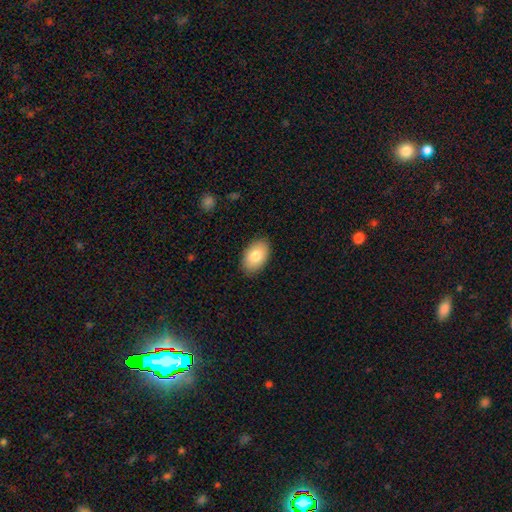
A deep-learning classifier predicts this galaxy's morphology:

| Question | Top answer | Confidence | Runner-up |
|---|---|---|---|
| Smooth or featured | smooth | 83% | featured or disk (11%) |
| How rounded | in between | 92% | round (7%) |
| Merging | none | 88% | minor disturbance (9%) |